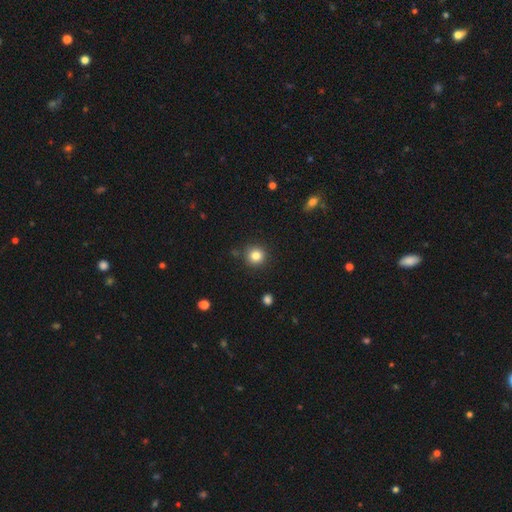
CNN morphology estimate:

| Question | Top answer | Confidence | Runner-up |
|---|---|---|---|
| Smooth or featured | smooth | 82% | star or artifact (12%) |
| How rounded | round | 94% | in between (5%) |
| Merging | none | 89% | minor disturbance (7%) |